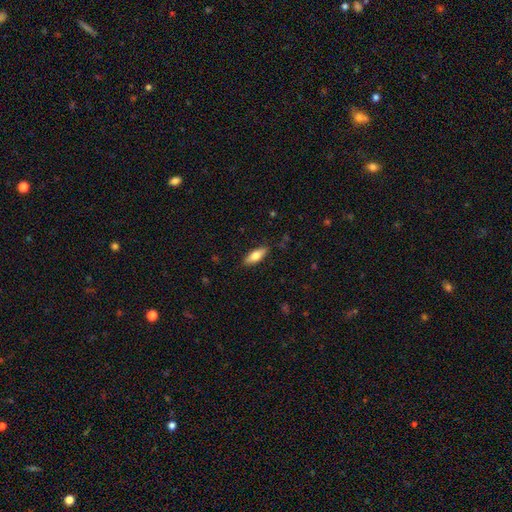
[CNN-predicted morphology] This is likely a smooth galaxy (69%). How rounded: likely in between (67%). Merging: clearly none (86%).